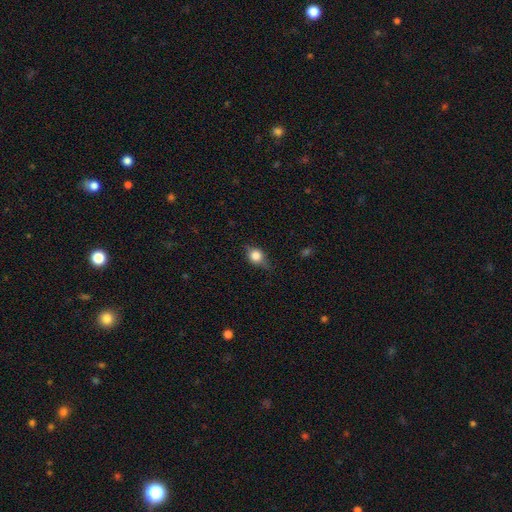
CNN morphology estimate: smooth_or_featured: smooth (p=0.69) [alt: featured or disk p=0.21]
how_rounded: round (p=0.59) [alt: in between p=0.38]
merging: none (p=0.65) [alt: minor disturbance p=0.26]